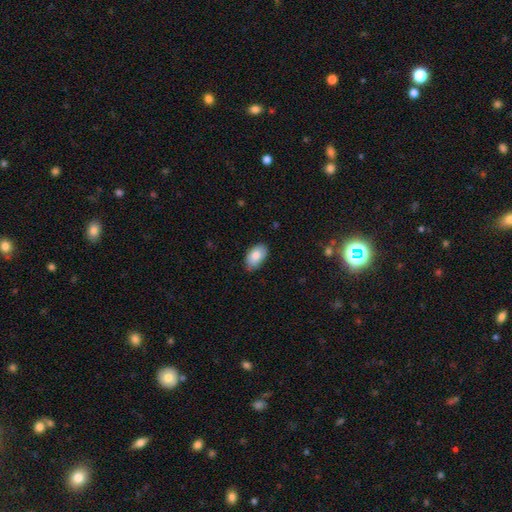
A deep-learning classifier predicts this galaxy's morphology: smooth 84%, featured or disk 9%, star or artifact 6%. Down the decision tree: how rounded — in between (93%); merging — none (81%).